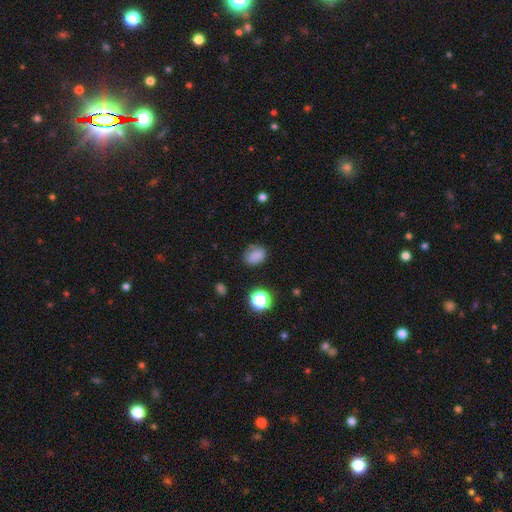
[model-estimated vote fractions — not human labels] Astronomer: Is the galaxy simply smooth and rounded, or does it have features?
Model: smooth — 79%.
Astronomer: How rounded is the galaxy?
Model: in between — 65%.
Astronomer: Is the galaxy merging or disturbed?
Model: none — 71%.